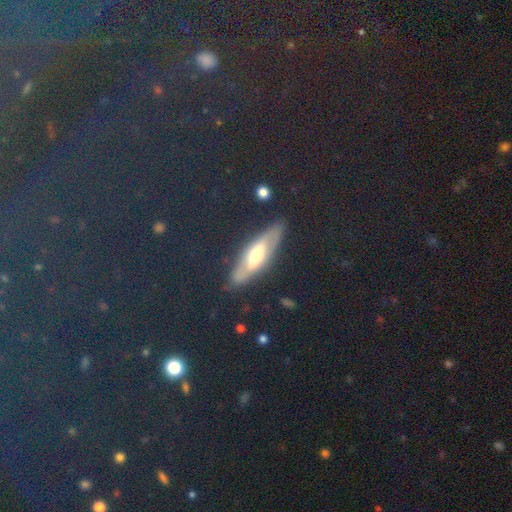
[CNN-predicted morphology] Q: Smooth or featured?
A: featured or disk (37%); runner-up: smooth (34%)
Q: Merging?
A: none (82%); runner-up: minor disturbance (12%)